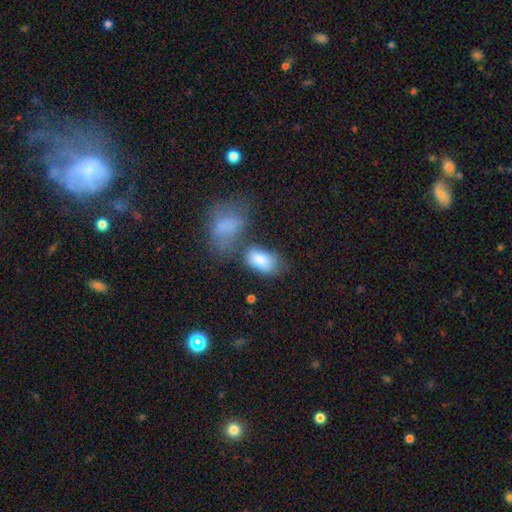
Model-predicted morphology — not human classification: A smooth galaxy with no disk features (74%) that is in between round and cigar-shaped (88%).

Vote fractions:
- Smooth or featured? smooth: 74% / star or artifact: 14% / featured or disk: 12%
- How rounded? in between: 88% / round: 9% / cigar-shaped: 3%
- Merging? none: 46% / merger: 29% / minor disturbance: 17% / major disturbance: 8%